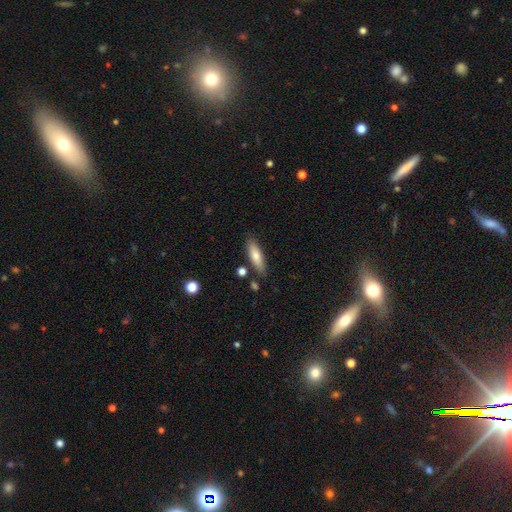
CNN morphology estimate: Overall: smooth (73%). How rounded: cigar-shaped (58%; in between 40%). Merging: none (82%).